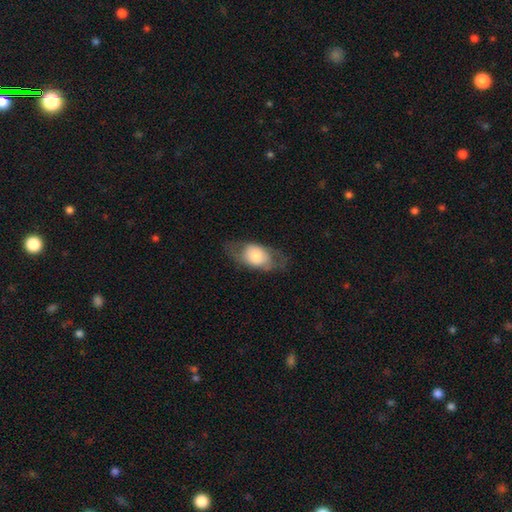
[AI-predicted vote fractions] Smooth or featured? smooth (56%)
How rounded? in between (77%)
Merging? none (66%)